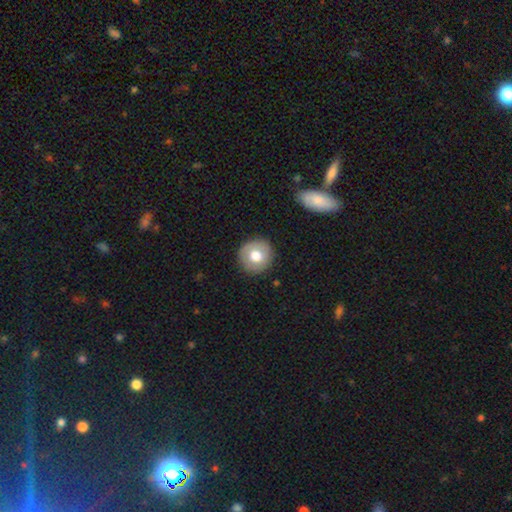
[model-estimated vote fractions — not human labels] Smooth or featured: smooth — 69% (featured or disk — 23%)
How rounded: round — 94% (in between — 5%)
Merging: none — 88% (minor disturbance — 9%)